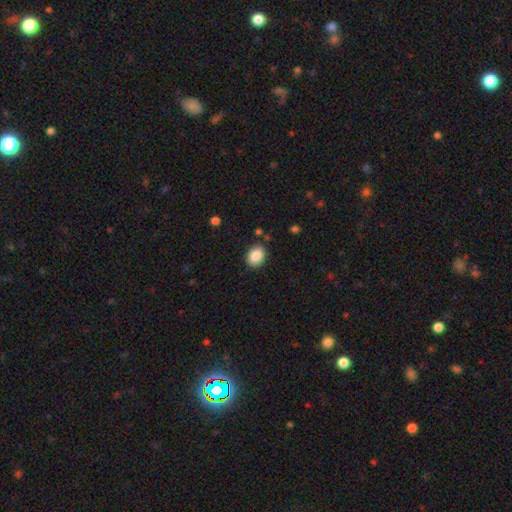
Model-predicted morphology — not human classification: Smooth or featured? smooth (88%)
How rounded? in between (62%)
Merging? none (87%)